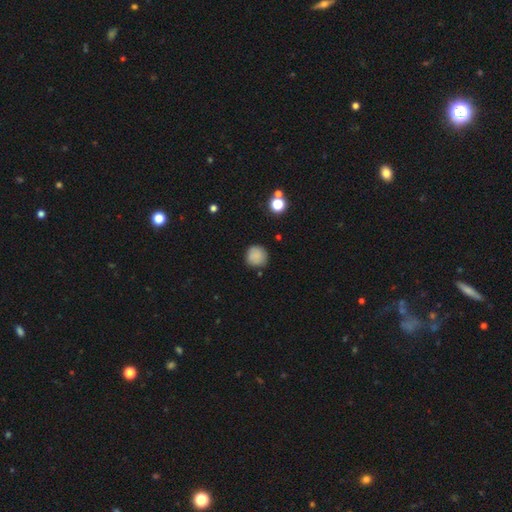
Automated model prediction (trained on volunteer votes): Smooth or featured? Predicted: smooth (p=0.85). How rounded? Predicted: round (p=0.93). Merging? Predicted: none (p=0.82).